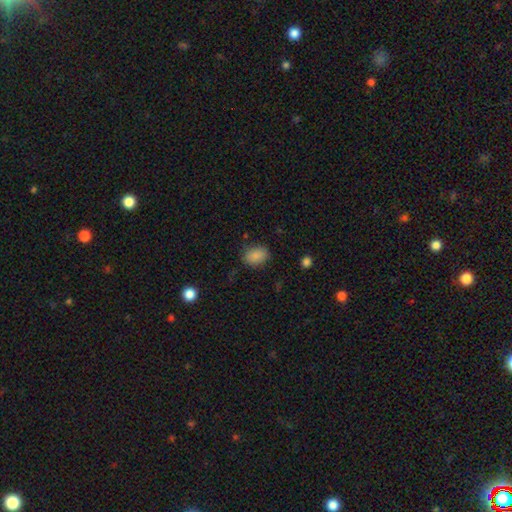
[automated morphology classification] This is clearly a smooth galaxy (86%). How rounded: likely in between (71%). Merging: clearly none (80%).